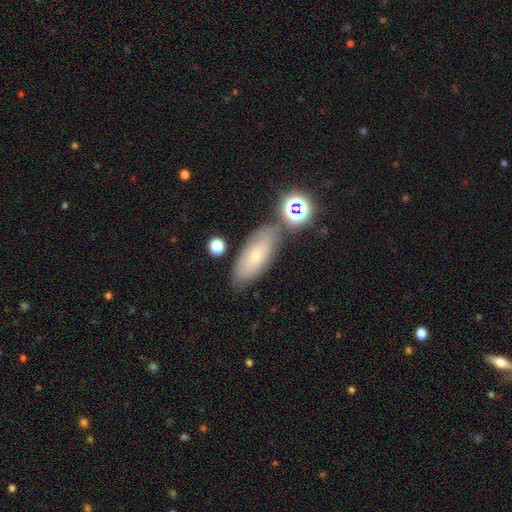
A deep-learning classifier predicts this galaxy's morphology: Smooth or featured? smooth (56%)
How rounded? in between (81%)
Merging? none (72%)